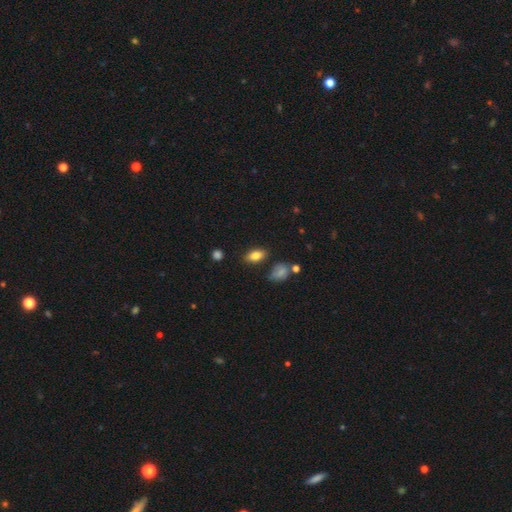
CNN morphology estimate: Smooth or featured?
  - smooth: 81% *
  - featured or disk: 10%
  - star or artifact: 9%
How rounded?
  - in between: 88% *
  - round: 7%
  - cigar-shaped: 5%
Merging?
  - none: 81% *
  - minor disturbance: 13%
  - major disturbance: 3%
  - merger: 3%